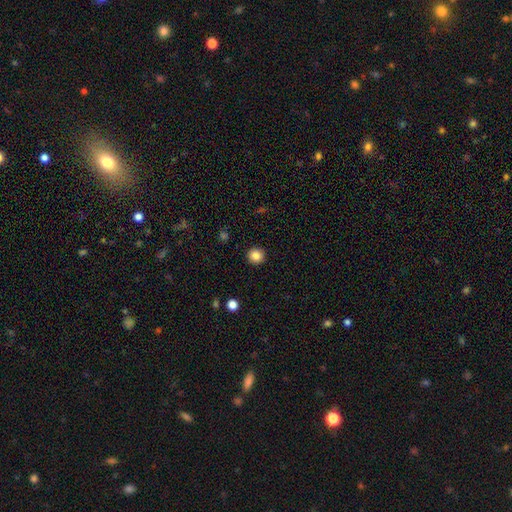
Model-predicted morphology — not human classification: Smooth or featured: smooth — 84% (star or artifact — 10%)
How rounded: round — 93% (in between — 6%)
Merging: none — 93% (minor disturbance — 5%)